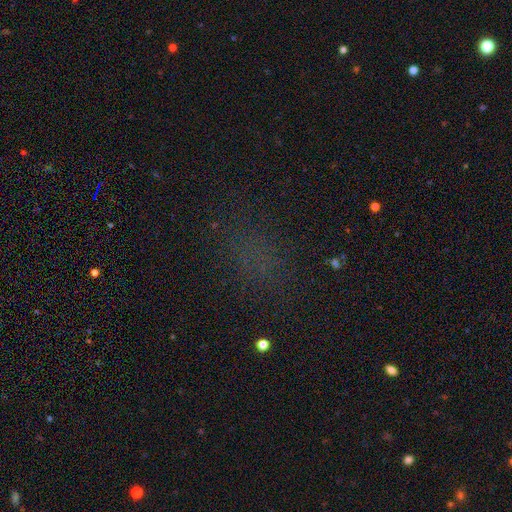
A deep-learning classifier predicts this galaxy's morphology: type=smooth (46%); merging=none (76%).